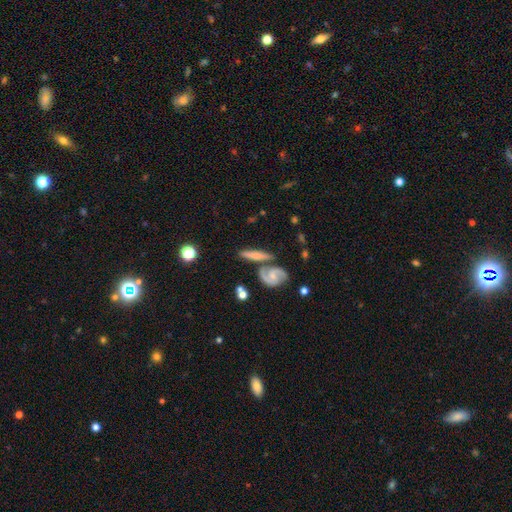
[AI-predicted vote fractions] A featured or disk galaxy (58%). Merging: none (56%).